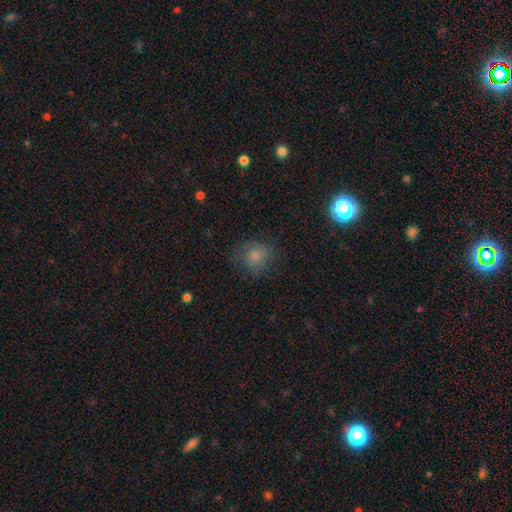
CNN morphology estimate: Q: Smooth or featured?
A: smooth (75%); runner-up: featured or disk (12%)
Q: How rounded?
A: round (81%); runner-up: in between (18%)
Q: Merging?
A: none (68%); runner-up: minor disturbance (20%)